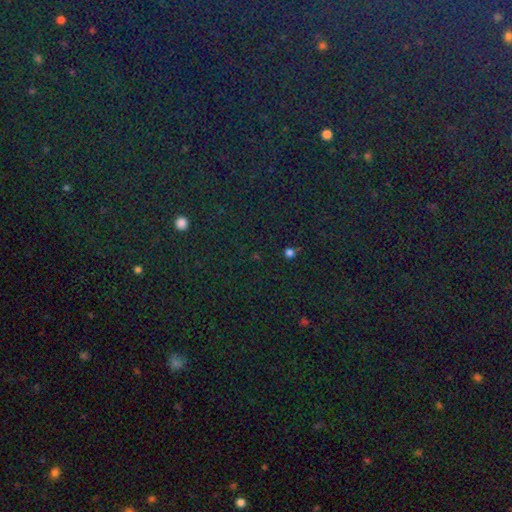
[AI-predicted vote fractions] Smooth or featured: star or artifact — 79% (smooth — 13%)